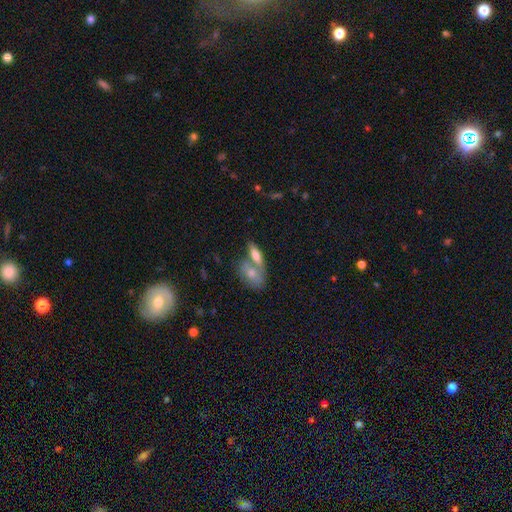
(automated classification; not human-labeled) Smooth or featured?
  - smooth: 66% *
  - featured or disk: 27%
  - star or artifact: 7%
How rounded?
  - in between: 69% *
  - cigar-shaped: 25%
  - round: 6%
Merging?
  - merger: 52% *
  - none: 35%
  - minor disturbance: 9%
  - major disturbance: 4%